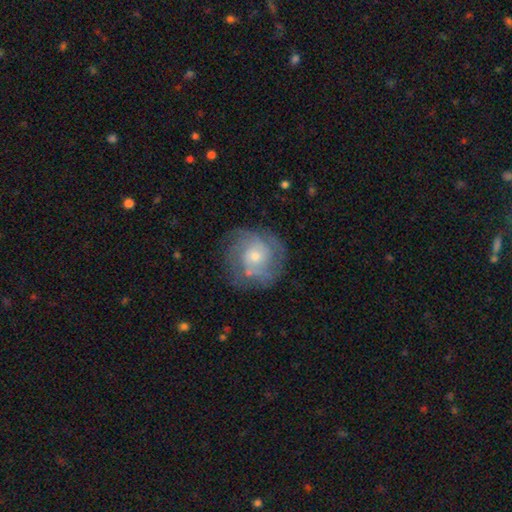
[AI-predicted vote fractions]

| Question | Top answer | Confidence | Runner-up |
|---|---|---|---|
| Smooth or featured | featured or disk | 66% | smooth (26%) |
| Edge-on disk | no | 97% | yes (3%) |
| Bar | no | 78% | weak (19%) |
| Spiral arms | yes | 82% | no (18%) |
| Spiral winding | tight | 54% | medium (34%) |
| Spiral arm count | can't tell | 41% | 2 (22%) |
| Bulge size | small | 49% | moderate (45%) |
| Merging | none | 73% | minor disturbance (17%) |